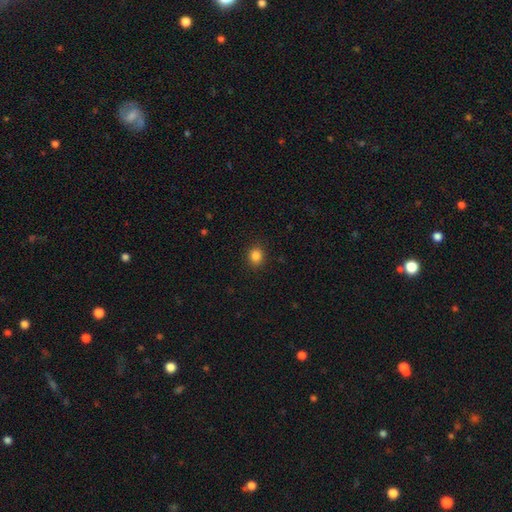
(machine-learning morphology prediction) The model was most divided on "how rounded": round: 77%, in between: 22%, cigar-shaped: 1%. More confident: merging — none (90%); smooth or featured — smooth (85%).